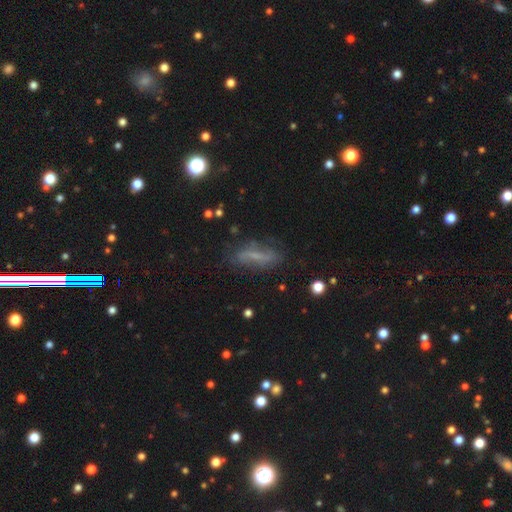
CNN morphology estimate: smooth-or-featured: featured or disk: 44% | smooth: 43% | star or artifact: 13%
  merging: none: 63% | minor disturbance: 22% | major disturbance: 10% | merger: 4%